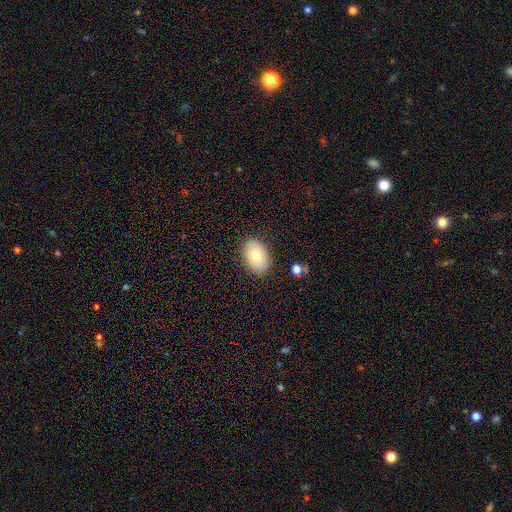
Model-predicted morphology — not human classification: Smooth or featured? smooth (76%)
How rounded? in between (87%)
Merging? none (85%)